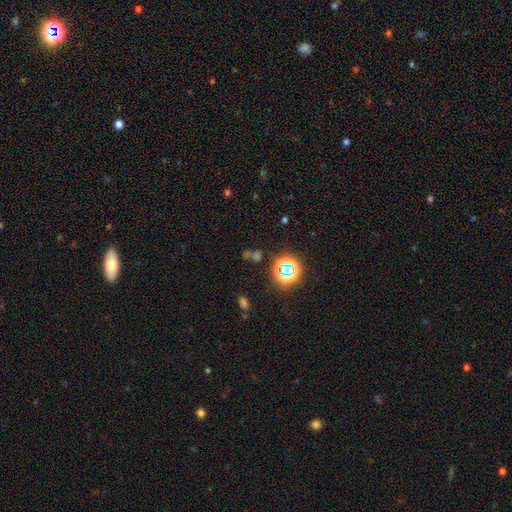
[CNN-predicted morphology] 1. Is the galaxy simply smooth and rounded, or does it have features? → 66% star or artifact, 26% smooth, 9% featured or disk.